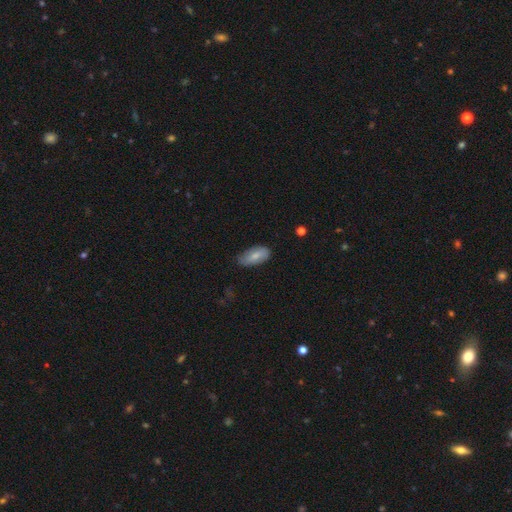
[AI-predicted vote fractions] Overall: smooth (78%). How rounded: in between (91%). Merging: none (71%).